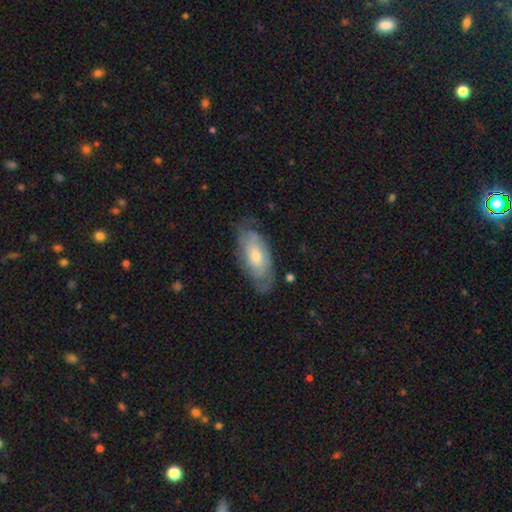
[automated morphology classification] A featured or disk galaxy (56%). Merging: none (69%).